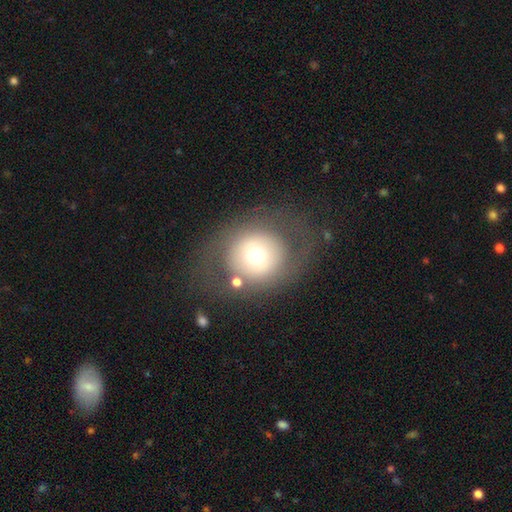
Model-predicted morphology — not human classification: Q: Smooth or featured?
A: smooth (57%); runner-up: featured or disk (32%)
Q: How rounded?
A: round (85%); runner-up: in between (13%)
Q: Merging?
A: none (68%); runner-up: major disturbance (14%)